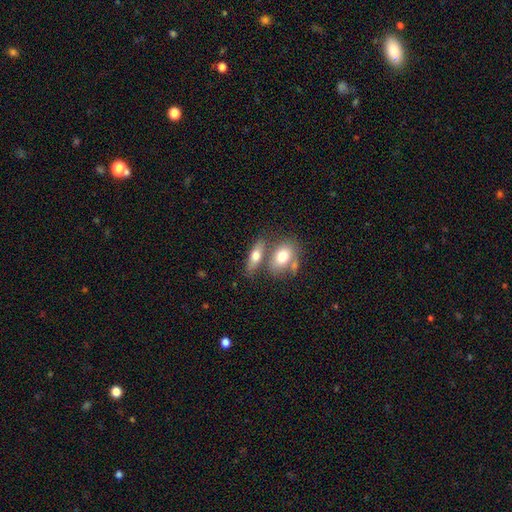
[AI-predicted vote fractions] The model was most divided on "merging": none: 49%, merger: 37%, minor disturbance: 10%, major disturbance: 4%. More confident: how rounded — in between (67%); smooth or featured — smooth (66%).